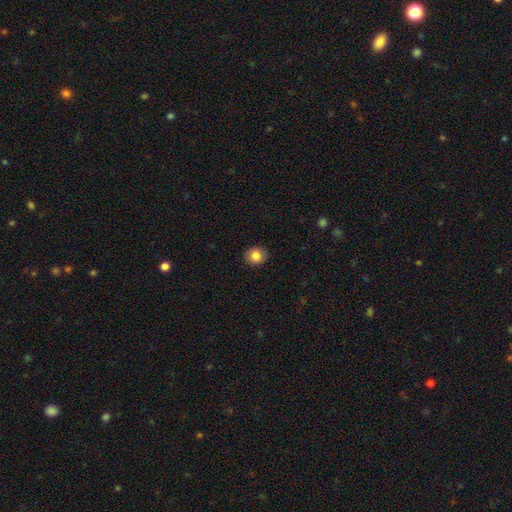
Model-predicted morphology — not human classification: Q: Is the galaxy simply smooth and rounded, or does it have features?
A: smooth — 85%.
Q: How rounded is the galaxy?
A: round — 80%.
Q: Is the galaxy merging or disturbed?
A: none — 90%.